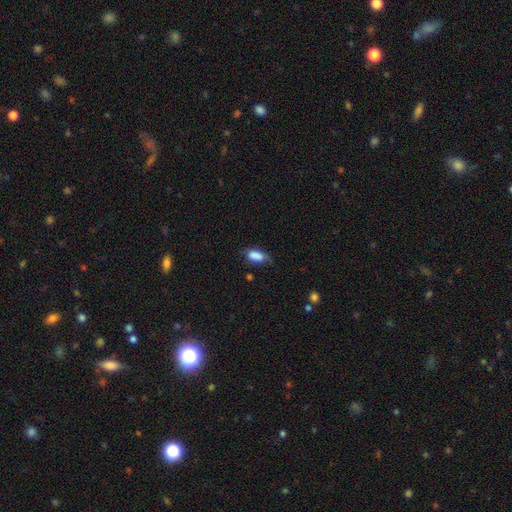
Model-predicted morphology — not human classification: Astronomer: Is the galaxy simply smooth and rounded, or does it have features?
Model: smooth — 83%.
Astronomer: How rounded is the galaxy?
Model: in between — 88%.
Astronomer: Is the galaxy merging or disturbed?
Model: none — 52% (runner-up: minor disturbance, 35%).